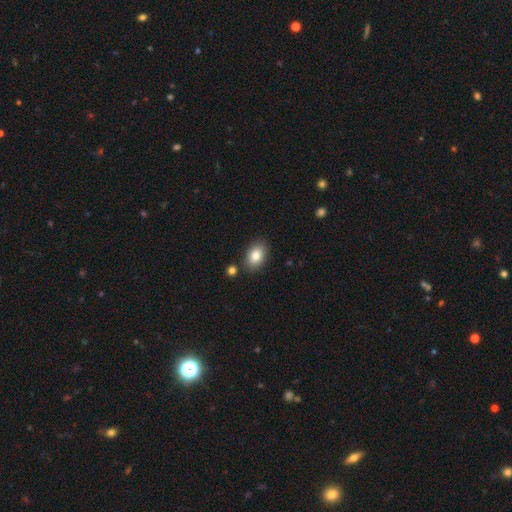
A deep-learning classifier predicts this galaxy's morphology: Overall: smooth (83%). How rounded: in between (84%). Merging: none (83%).